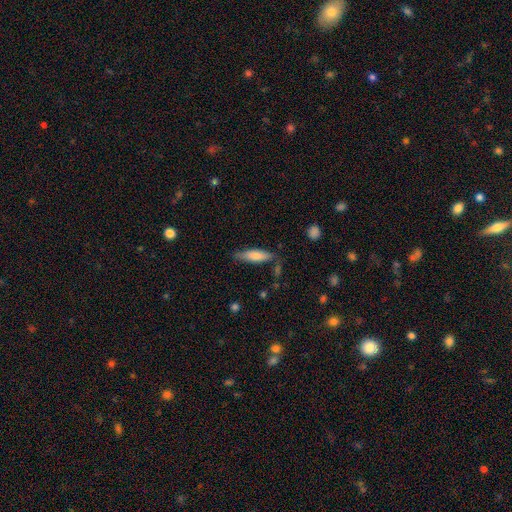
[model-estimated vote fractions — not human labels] Q: Smooth or featured?
A: smooth (71%); runner-up: featured or disk (23%)
Q: How rounded?
A: cigar-shaped (64%); runner-up: in between (34%)
Q: Merging?
A: none (74%); runner-up: minor disturbance (18%)